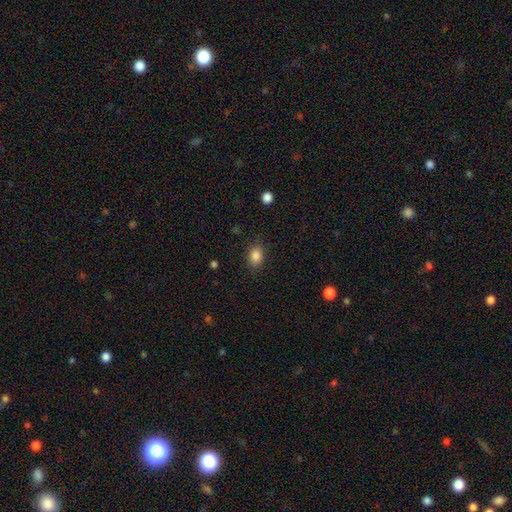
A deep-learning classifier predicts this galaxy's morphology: smooth-or-featured: smooth: 86% | star or artifact: 10% | featured or disk: 4%
  how-rounded: in between: 70% | round: 29% | cigar-shaped: 1%
  merging: none: 86% | minor disturbance: 10% | major disturbance: 3% | merger: 1%